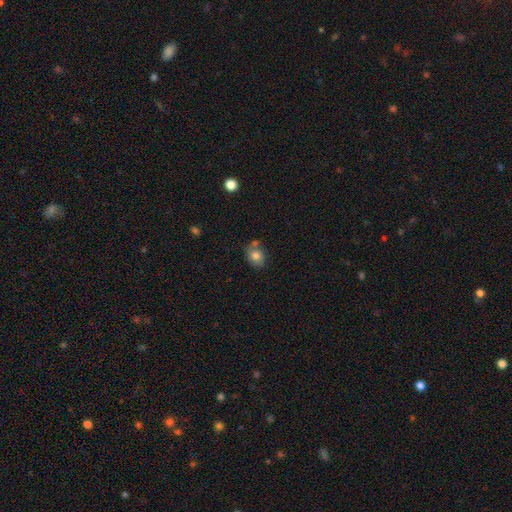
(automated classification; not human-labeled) Morphology: type=smooth (78%); roundness=in between (52%); merging=none (58%).